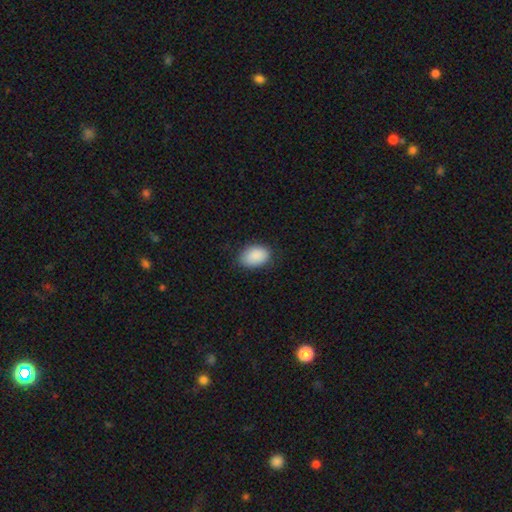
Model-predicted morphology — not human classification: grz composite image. It shows a smooth galaxy with no disk features (90%) that is in between round and cigar-shaped (86%). Merging: none (83%).